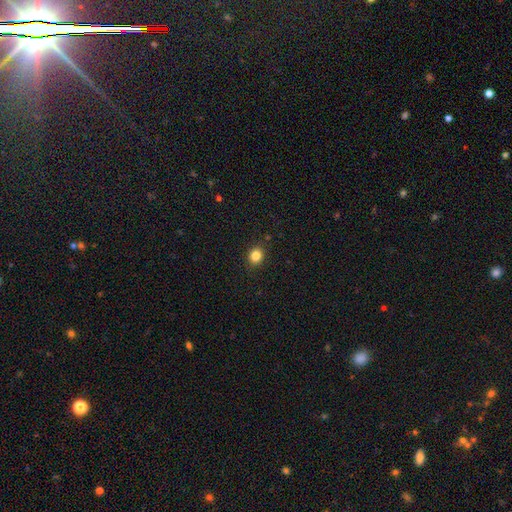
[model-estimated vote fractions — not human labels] This appears to be a smooth galaxy with no disk features (83%) that is round (72%). Merging: none (89%).